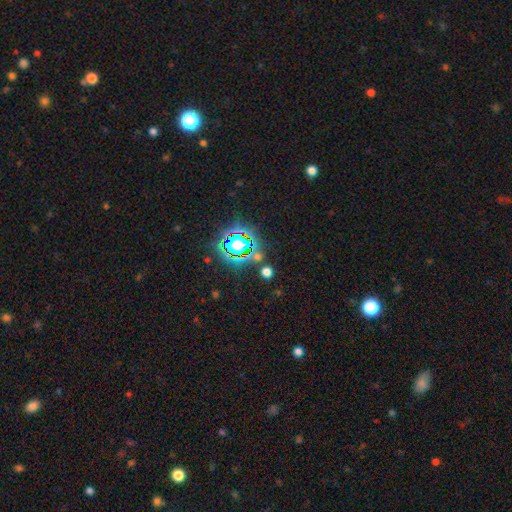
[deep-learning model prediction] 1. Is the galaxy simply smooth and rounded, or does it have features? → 73% star or artifact, 18% smooth, 9% featured or disk.